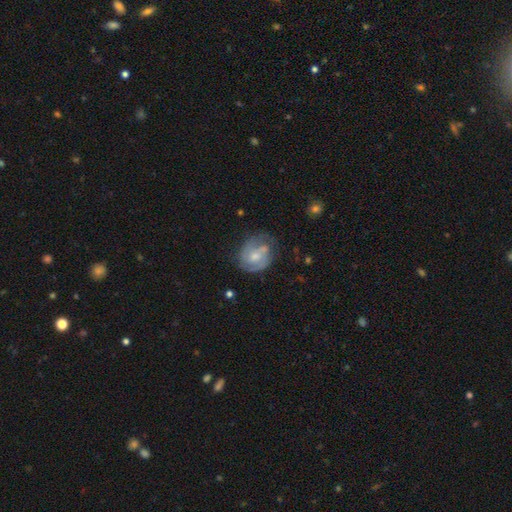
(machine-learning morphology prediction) Smooth or featured?
  - featured or disk: 69% *
  - smooth: 25%
  - star or artifact: 6%
Edge-on disk?
  - no: 97% *
  - yes: 3%
Bar?
  - no: 52% *
  - weak: 40%
  - strong: 7%
Spiral arms?
  - yes: 85% *
  - no: 15%
Spiral winding?
  - tight: 43% *
  - medium: 42%
  - loose: 14%
Spiral arm count?
  - 2: 60% *
  - can't tell: 20%
  - 1: 9%
  - 3: 7%
  - 4: 2%
  - more than 4: 2%
Bulge size?
  - moderate: 51% *
  - small: 35%
  - none: 7%
  - large: 6%
  - dominant: 1%
Merging?
  - none: 56% *
  - minor disturbance: 25%
  - major disturbance: 14%
  - merger: 5%